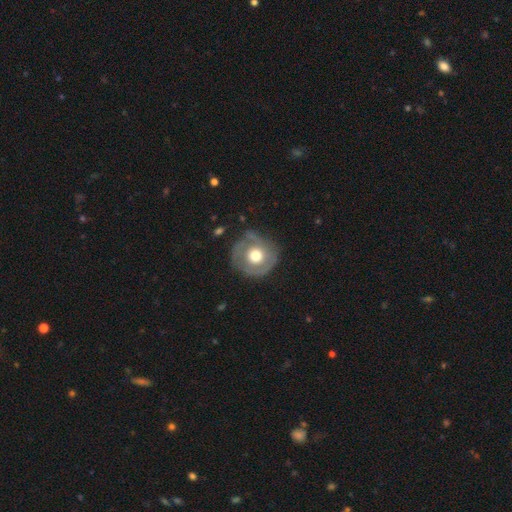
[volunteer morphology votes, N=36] Overall: featured or disk (58%; smooth 42%). Edge-on disk: no (100%). Bar: no (95%). Spiral arms: no (71%). Bulge size: moderate (62%; large 38%). Merging: none (53%; minor disturbance 42%).